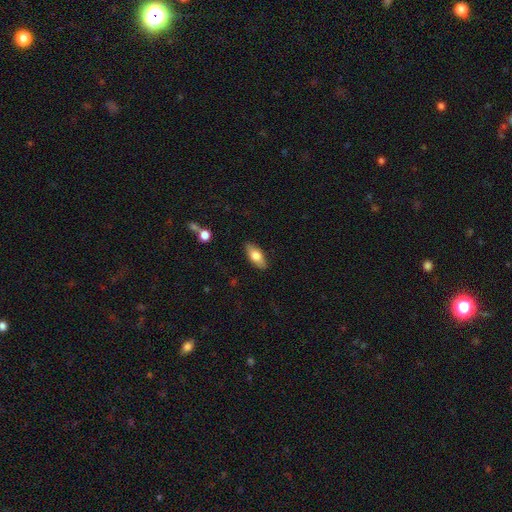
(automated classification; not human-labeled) A smooth galaxy with no disk features (72%) that is in between round and cigar-shaped (81%). Merging: none (87%).